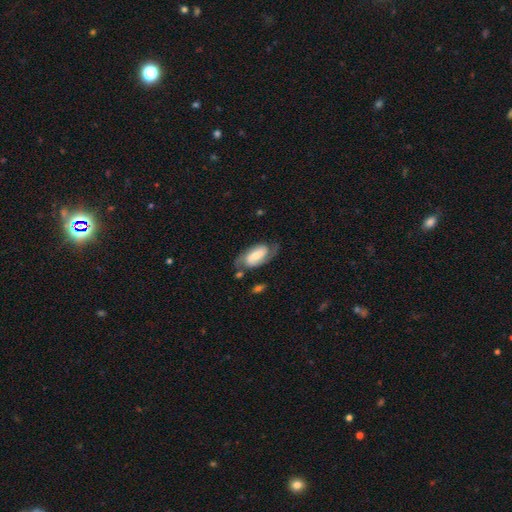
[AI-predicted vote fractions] Smooth or featured? Predicted: featured or disk (p=0.72). Edge-on disk? Predicted: no (p=0.95). Bar? Predicted: weak (p=0.37). Spiral arms? Predicted: yes (p=0.92). Spiral winding? Predicted: medium (p=0.46). Spiral arm count? Predicted: 2 (p=0.86). Bulge size? Predicted: moderate (p=0.41). Merging? Predicted: none (p=0.66).